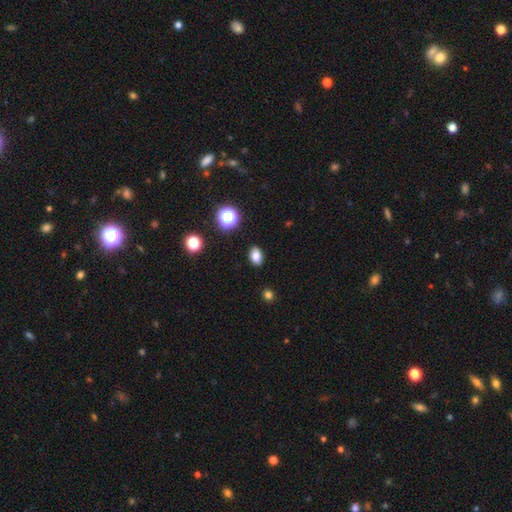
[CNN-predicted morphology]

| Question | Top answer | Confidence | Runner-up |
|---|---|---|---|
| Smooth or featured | smooth | 81% | star or artifact (13%) |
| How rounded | in between | 81% | round (18%) |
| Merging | none | 89% | minor disturbance (8%) |